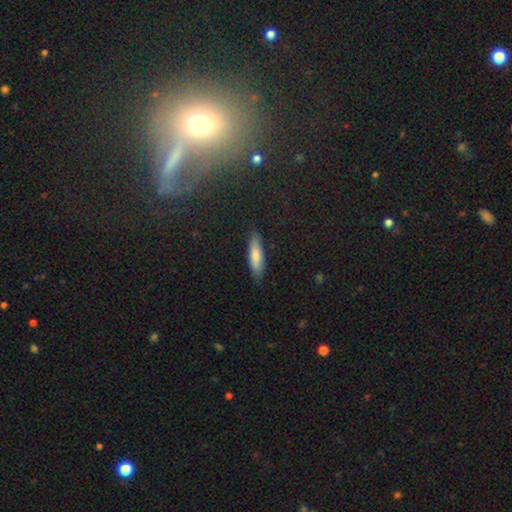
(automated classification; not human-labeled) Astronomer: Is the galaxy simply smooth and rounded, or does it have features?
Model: smooth — 80%.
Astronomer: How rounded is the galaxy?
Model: cigar-shaped — 59% (runner-up: in between, 39%).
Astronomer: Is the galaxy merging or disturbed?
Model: none — 83%.